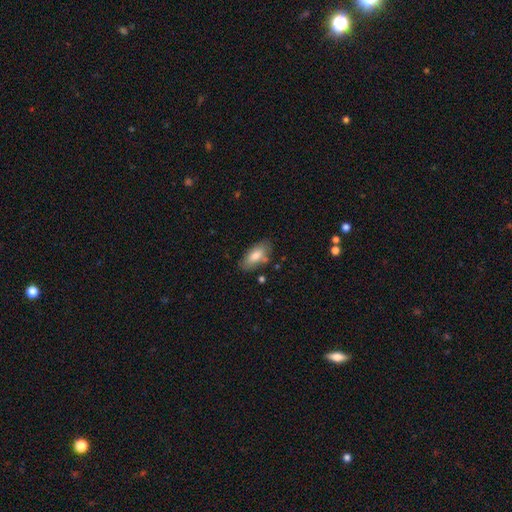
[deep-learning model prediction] This appears to be a smooth galaxy with no disk features (78%) that is in between round and cigar-shaped (87%). Merging: none (75%).